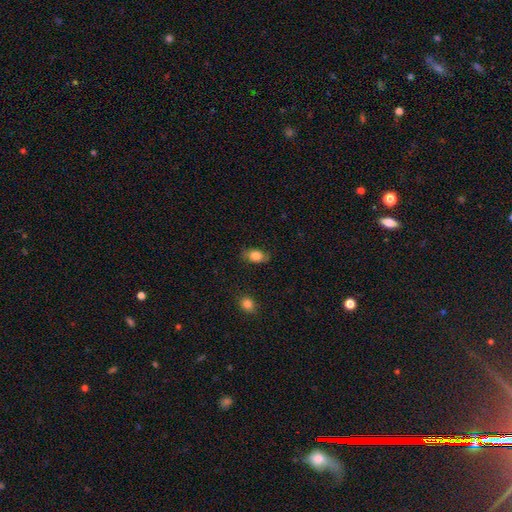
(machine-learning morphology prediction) A smooth galaxy with no disk features (80%) that is in between round and cigar-shaped (85%). Merging: none (78%).